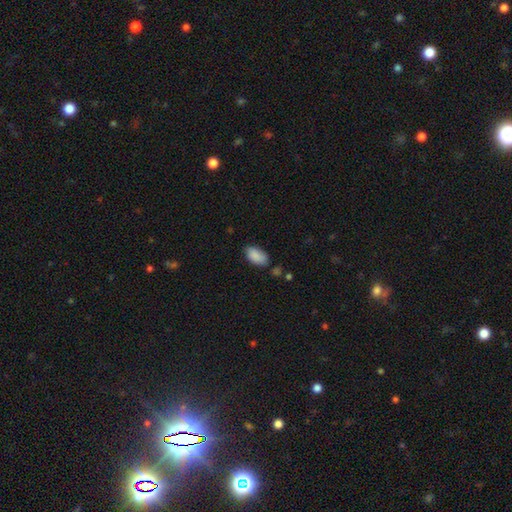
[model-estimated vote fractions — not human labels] This is clearly a smooth galaxy (88%). How rounded: clearly in between (94%). Merging: likely none (69%).